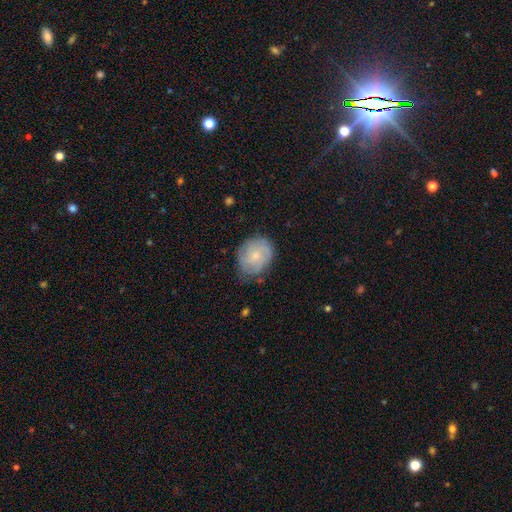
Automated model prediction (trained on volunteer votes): Smooth or featured: featured or disk — 50% (smooth — 43%)
Edge-on disk: no — 97% (yes — 3%)
Merging: none — 68% (minor disturbance — 24%)